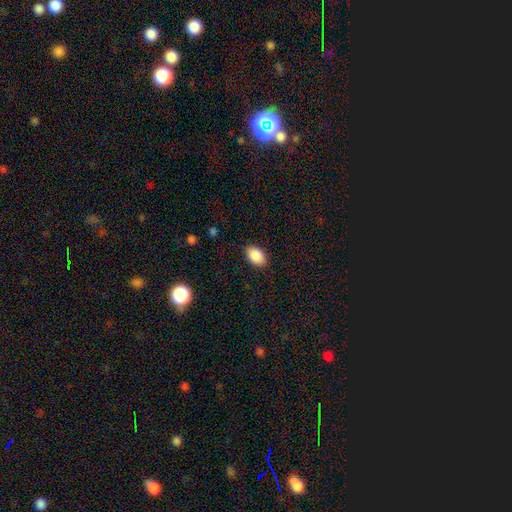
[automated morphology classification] A smooth galaxy with no disk features (89%) that is in between round and cigar-shaped (88%). Merging: none (87%).